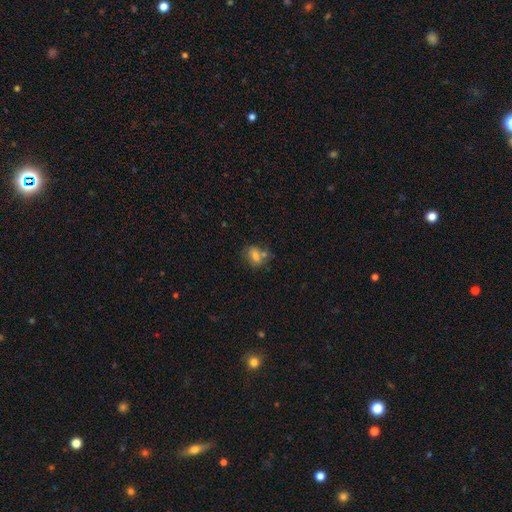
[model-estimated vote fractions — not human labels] Smooth or featured?
  - smooth: 66% *
  - featured or disk: 20%
  - star or artifact: 14%
How rounded?
  - in between: 61% *
  - round: 36%
  - cigar-shaped: 3%
Merging?
  - none: 52% *
  - merger: 23%
  - minor disturbance: 18%
  - major disturbance: 7%